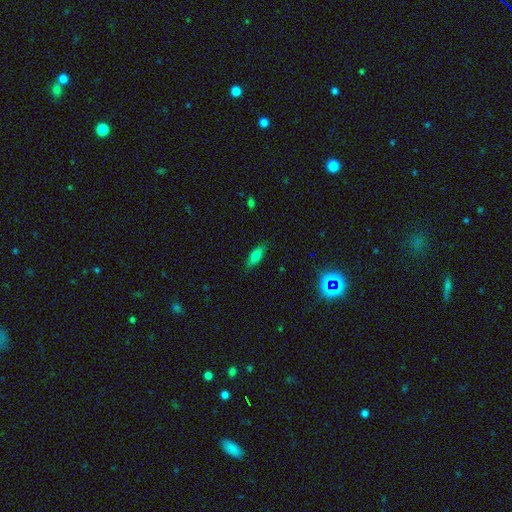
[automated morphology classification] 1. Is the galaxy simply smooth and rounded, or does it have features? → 71% smooth, 18% featured or disk, 11% star or artifact.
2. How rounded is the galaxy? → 68% in between, 28% cigar-shaped, 3% round.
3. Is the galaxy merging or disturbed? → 81% none, 15% minor disturbance, 3% major disturbance, 1% merger.